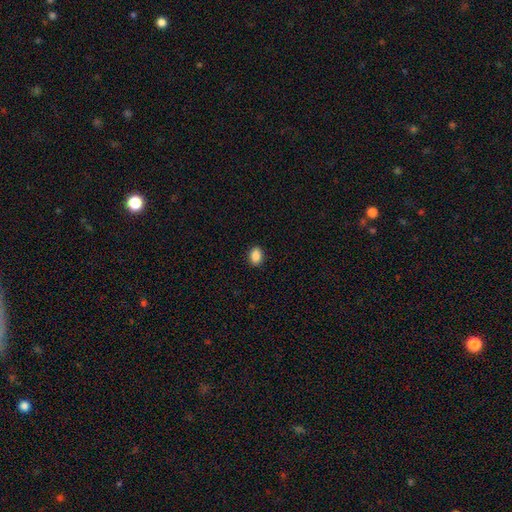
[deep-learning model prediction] smooth-or-featured: smooth: 89% | star or artifact: 8% | featured or disk: 3%
  how-rounded: in between: 73% | round: 26% | cigar-shaped: 1%
  merging: none: 91% | minor disturbance: 7% | major disturbance: 2% | merger: 1%